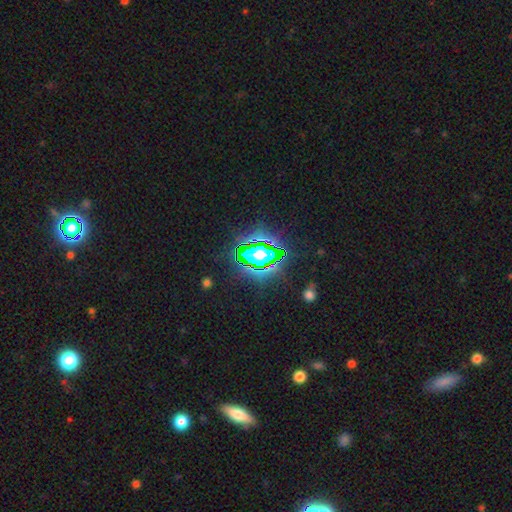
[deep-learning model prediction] Morphology: type=star or artifact (78%).